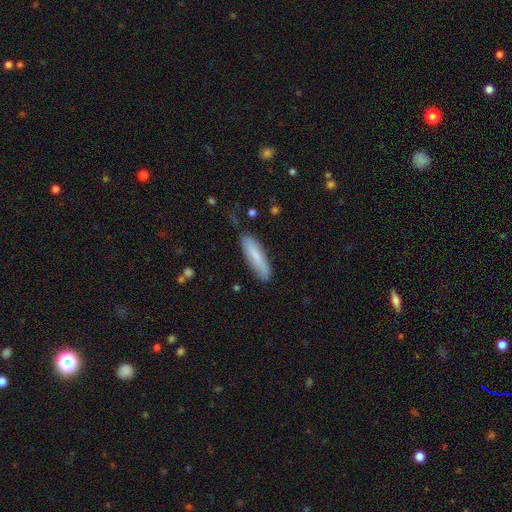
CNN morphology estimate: Smooth or featured? Predicted: smooth (p=0.73). How rounded? Predicted: cigar-shaped (p=0.72). Merging? Predicted: none (p=0.77).